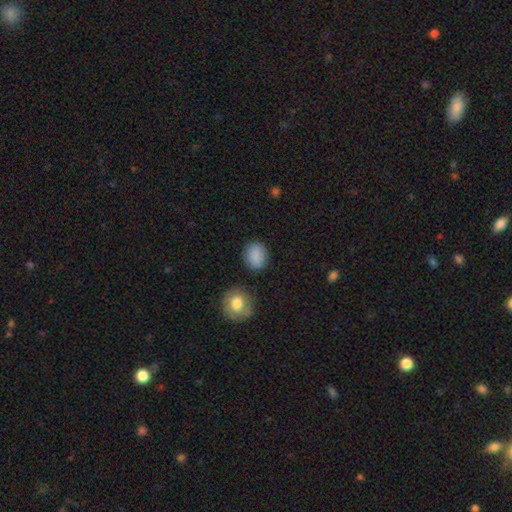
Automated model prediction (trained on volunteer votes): Smooth or featured? Predicted: smooth (p=0.88). How rounded? Predicted: round (p=0.52). Merging? Predicted: none (p=0.83).